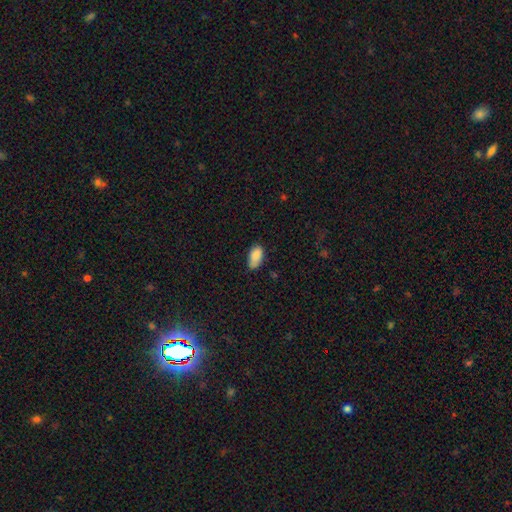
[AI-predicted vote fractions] A smooth galaxy with no disk features (87%) that is in between round and cigar-shaped (93%). Merging: none (62%).